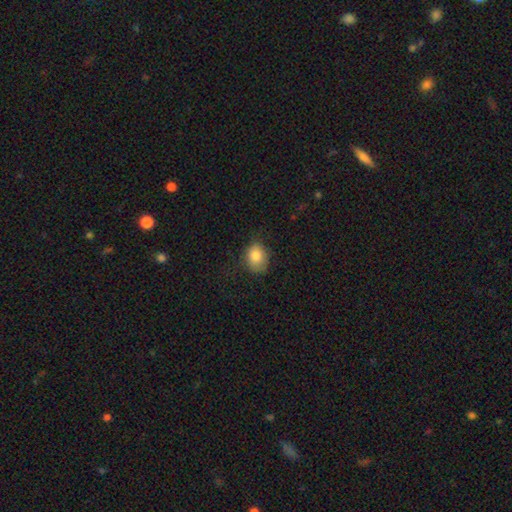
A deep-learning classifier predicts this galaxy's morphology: This appears to be a smooth galaxy with no disk features (82%) that is round (54%). Merging: none (69%).